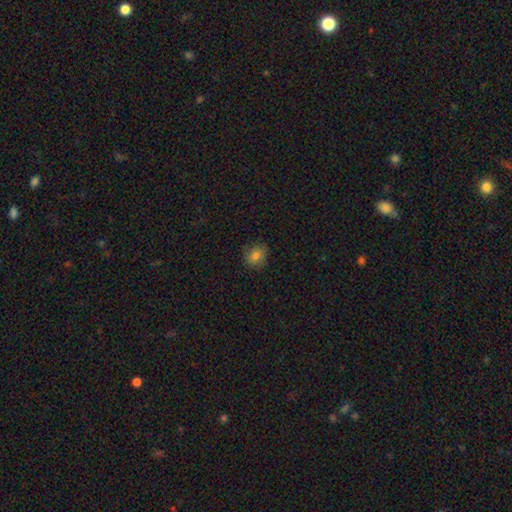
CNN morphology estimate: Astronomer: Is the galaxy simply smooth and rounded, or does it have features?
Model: smooth — 79%.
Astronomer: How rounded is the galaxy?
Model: round — 60% (runner-up: in between, 39%).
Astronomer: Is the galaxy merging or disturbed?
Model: none — 81%.